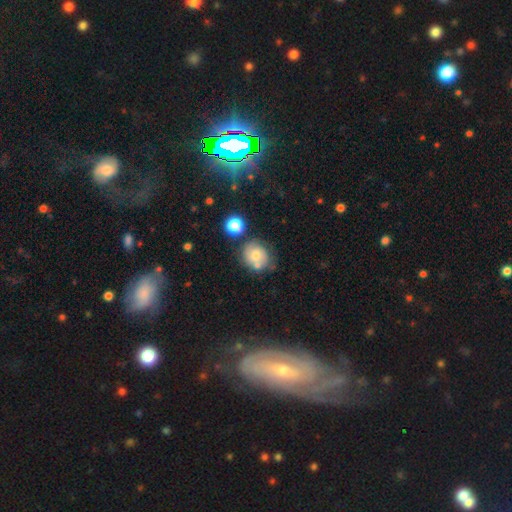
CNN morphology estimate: smooth_or_featured: smooth (p=0.58) [alt: featured or disk p=0.31]
how_rounded: round (p=0.74) [alt: in between p=0.25]
merging: none (p=0.56) [alt: minor disturbance p=0.19]